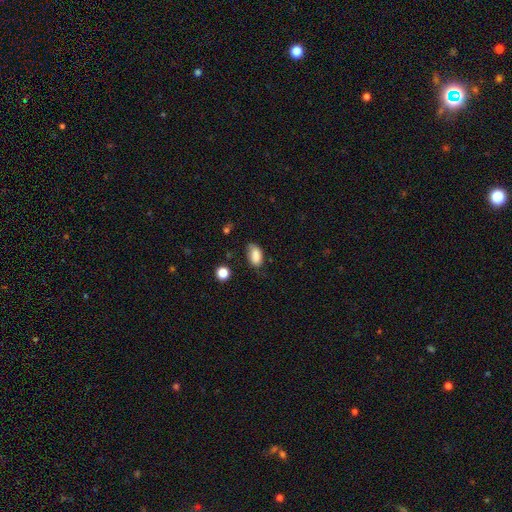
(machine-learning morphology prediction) Overall: smooth (84%). How rounded: in between (91%). Merging: none (60%; minor disturbance 30%).